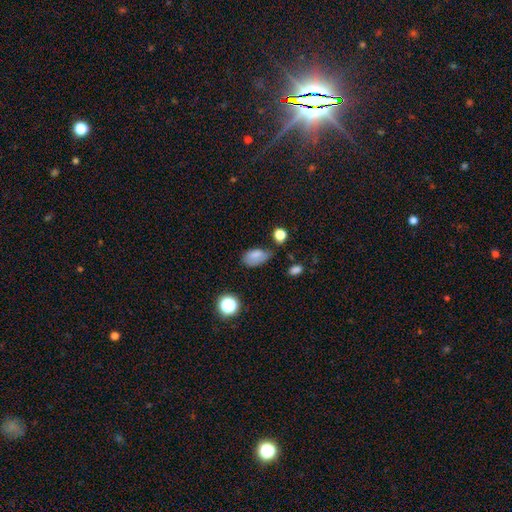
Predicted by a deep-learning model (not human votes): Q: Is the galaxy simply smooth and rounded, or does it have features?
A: smooth — 77%.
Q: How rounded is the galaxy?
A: in between — 90%.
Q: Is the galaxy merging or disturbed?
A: none — 45%.